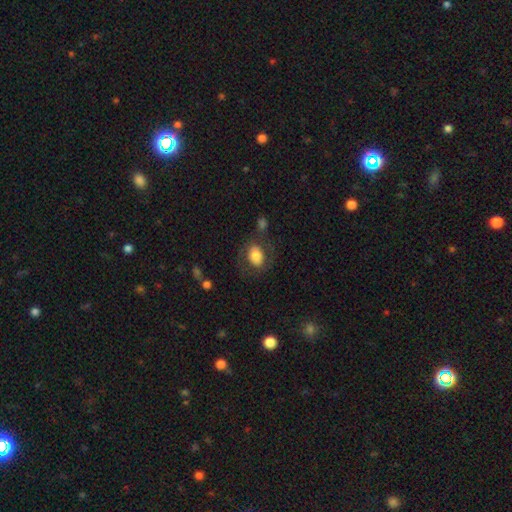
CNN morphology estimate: Smooth or featured? smooth (68%)
How rounded? in between (67%)
Merging? none (63%)